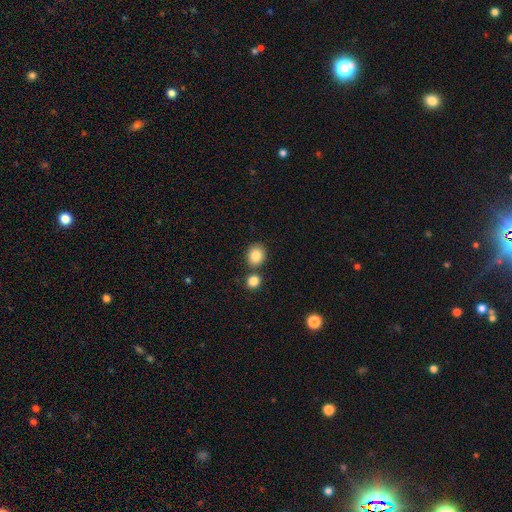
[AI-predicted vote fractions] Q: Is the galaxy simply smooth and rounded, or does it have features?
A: smooth — 85%.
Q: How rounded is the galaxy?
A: round — 70%.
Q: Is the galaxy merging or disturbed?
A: none — 73%.